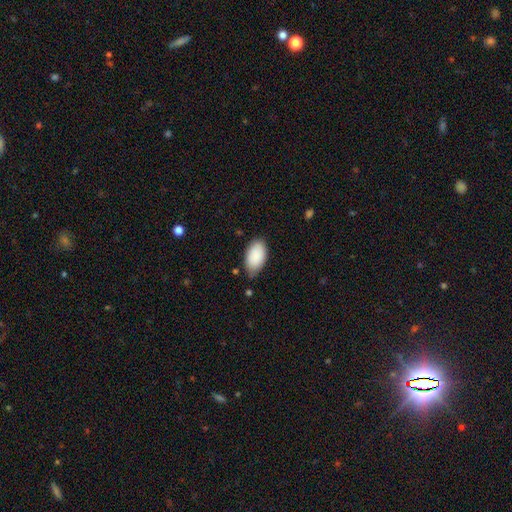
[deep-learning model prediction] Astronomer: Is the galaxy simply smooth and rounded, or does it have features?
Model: smooth — 89%.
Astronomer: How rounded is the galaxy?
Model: in between — 95%.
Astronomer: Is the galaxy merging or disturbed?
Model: none — 69%.